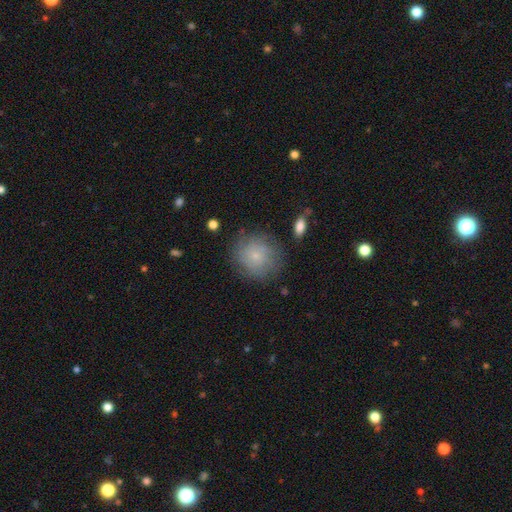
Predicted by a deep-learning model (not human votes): This appears to be a smooth galaxy with no disk features (64%) that is round (86%). Merging: none (75%).